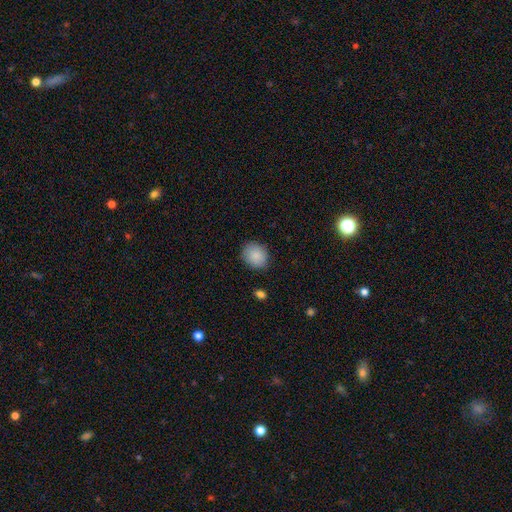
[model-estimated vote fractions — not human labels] The model was most divided on "how rounded": round: 67%, in between: 32%, cigar-shaped: 1%. More confident: smooth or featured — smooth (88%); merging — none (86%).